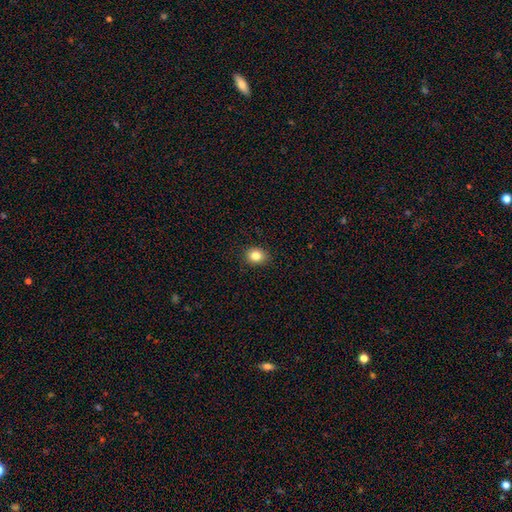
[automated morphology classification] A smooth galaxy with no disk features (83%) that is round (58%). Merging: none (89%).